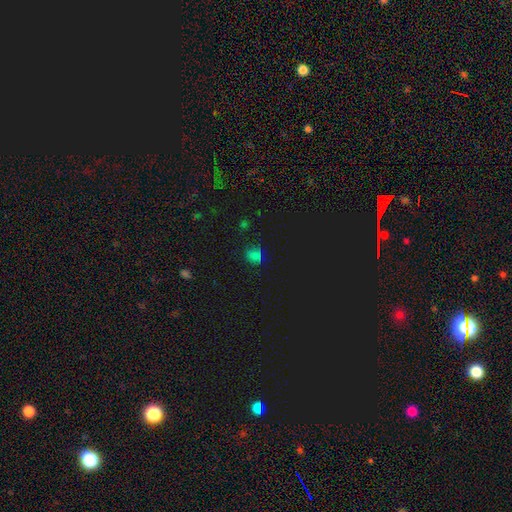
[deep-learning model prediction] Q: Smooth or featured?
A: smooth (51%); runner-up: star or artifact (43%)
Q: How rounded?
A: round (62%); runner-up: in between (36%)
Q: Merging?
A: none (67%); runner-up: minor disturbance (22%)